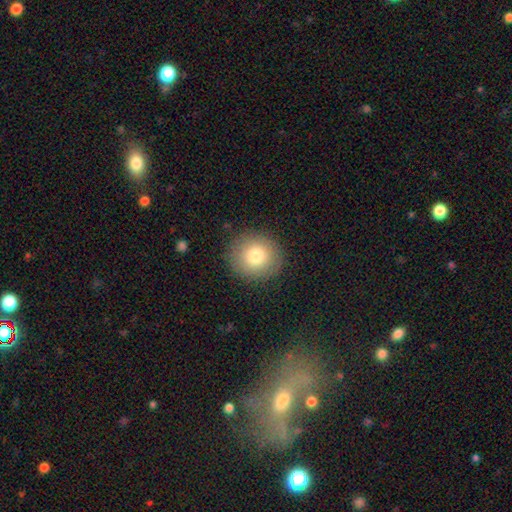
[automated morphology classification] smooth_or_featured: smooth (p=0.80) [alt: featured or disk p=0.10]
how_rounded: round (p=0.89) [alt: in between p=0.10]
merging: none (p=0.89) [alt: minor disturbance p=0.07]